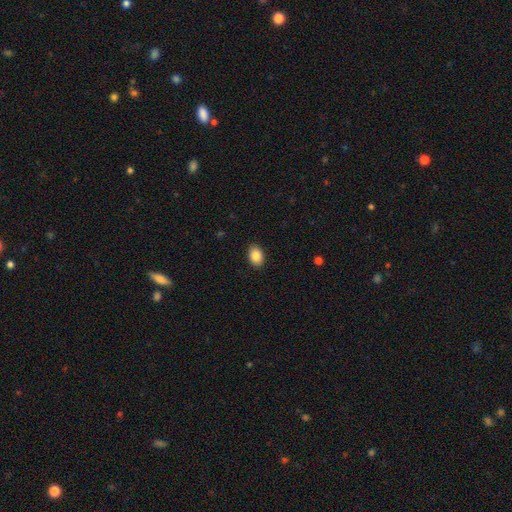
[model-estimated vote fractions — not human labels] smooth 87%, star or artifact 8%, featured or disk 6%. Down the decision tree: how rounded — in between (83%); merging — none (90%).